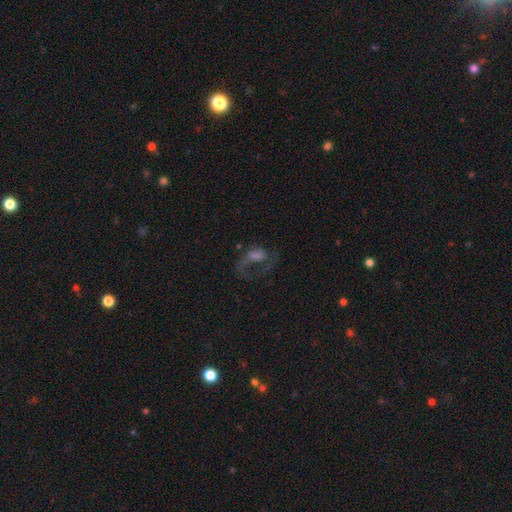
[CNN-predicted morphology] The model was most divided on "spiral arms": yes: 57%, no: 43%. Remaining: edge-on disk — no (96%); bar — no (64%); smooth or featured — featured or disk (55%); merging — major disturbance (50%); bulge size — none (44%).